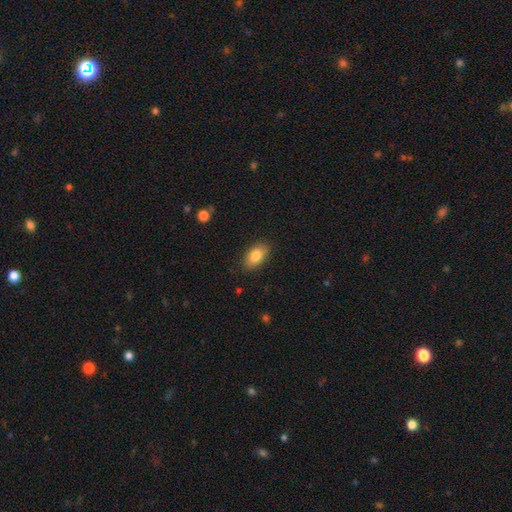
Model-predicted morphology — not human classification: Q: Smooth or featured?
A: smooth (83%); runner-up: featured or disk (10%)
Q: How rounded?
A: in between (91%); runner-up: round (6%)
Q: Merging?
A: none (86%); runner-up: minor disturbance (10%)